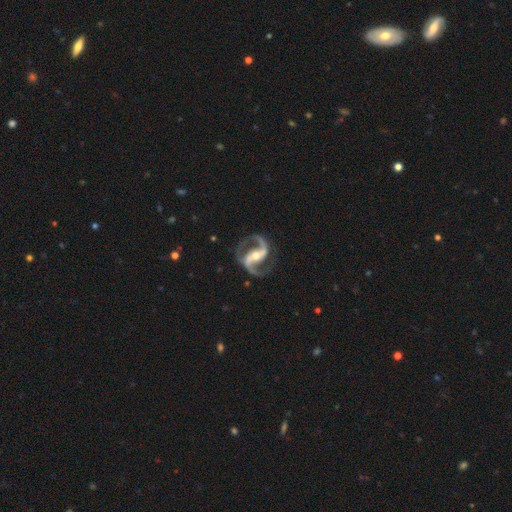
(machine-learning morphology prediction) Q: Smooth or featured?
A: featured or disk (94%); runner-up: star or artifact (4%)
Q: Edge-on disk?
A: no (98%); runner-up: yes (2%)
Q: Bar?
A: strong (56%); runner-up: weak (28%)
Q: Spiral arms?
A: yes (98%); runner-up: no (2%)
Q: Spiral winding?
A: medium (64%); runner-up: loose (21%)
Q: Spiral arm count?
A: 2 (94%); runner-up: can't tell (1%)
Q: Bulge size?
A: moderate (61%); runner-up: small (32%)
Q: Merging?
A: none (81%); runner-up: minor disturbance (11%)